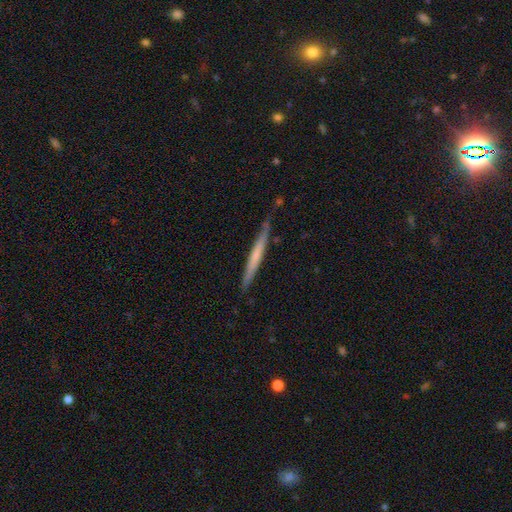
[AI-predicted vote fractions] Smooth or featured? Predicted: smooth (p=0.51). How rounded? Predicted: cigar-shaped (p=0.97). Merging? Predicted: none (p=0.82).